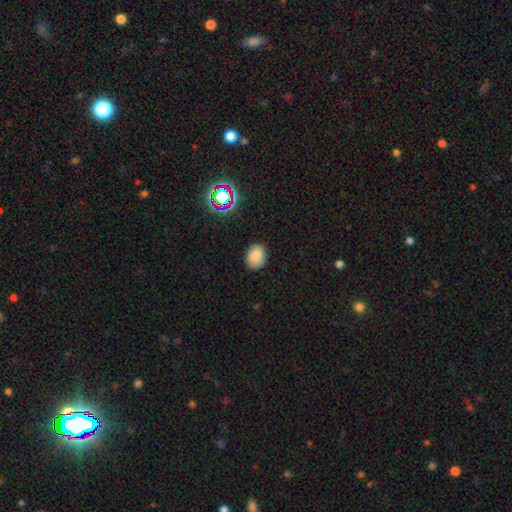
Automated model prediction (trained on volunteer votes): This appears to be a smooth galaxy with no disk features (83%) that is in between round and cigar-shaped (55%). Merging: none (83%).